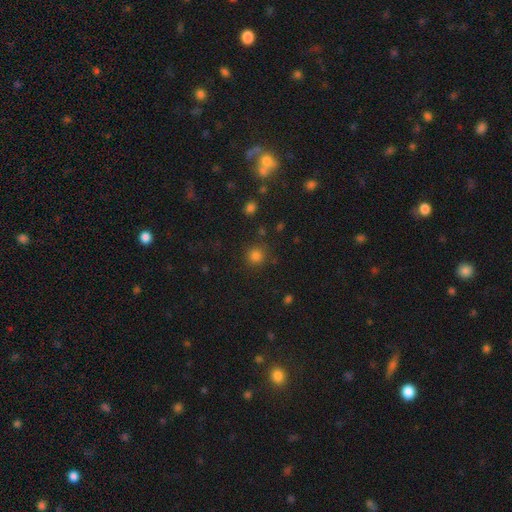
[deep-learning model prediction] Morphology: type=smooth (81%); roundness=round (92%); merging=none (85%).